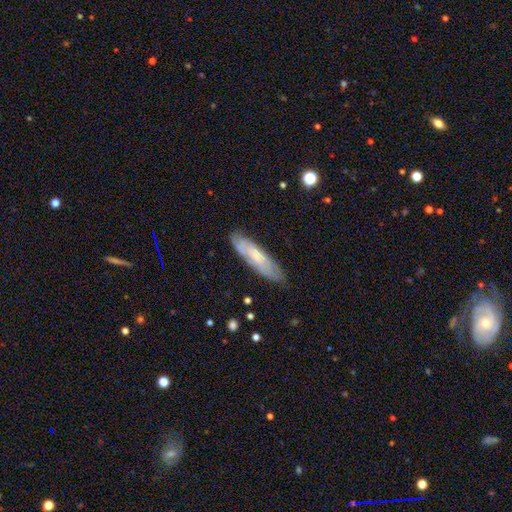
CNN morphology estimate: Q: Smooth or featured?
A: smooth (49%); runner-up: featured or disk (44%)
Q: Merging?
A: none (80%); runner-up: minor disturbance (15%)